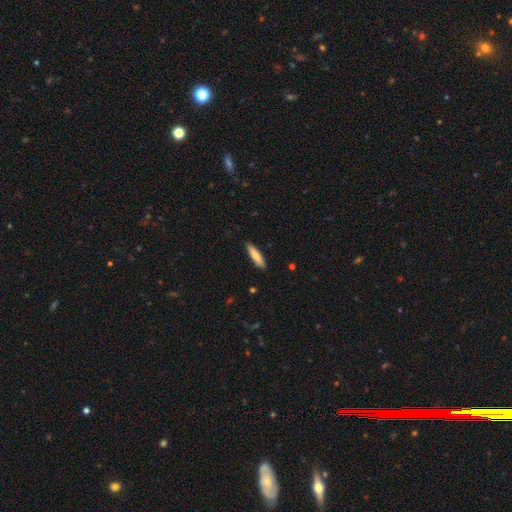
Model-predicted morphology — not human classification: This is clearly a smooth galaxy (81%). How rounded: likely cigar-shaped (75%). Merging: clearly none (88%).